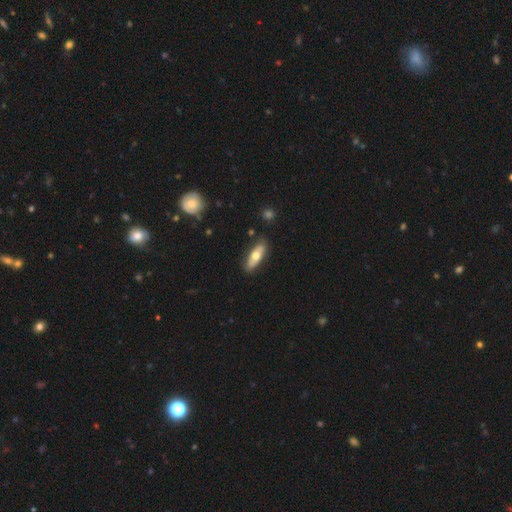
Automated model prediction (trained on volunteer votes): smooth 59%, featured or disk 35%, star or artifact 6%. Down the decision tree: how rounded — in between (61%); merging — none (83%).